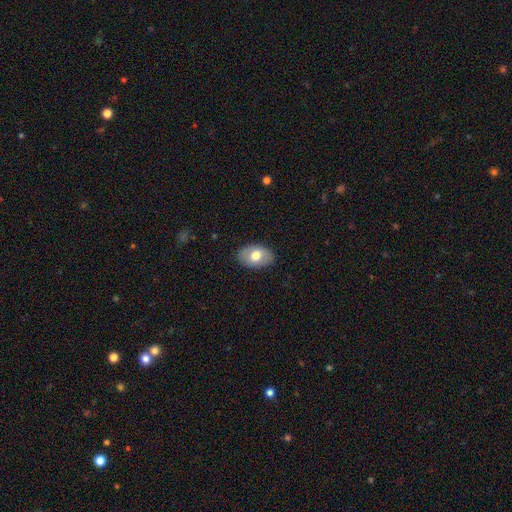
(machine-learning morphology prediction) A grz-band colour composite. It shows a smooth galaxy with no disk features (66%) that is in between round and cigar-shaped (87%). Merging: none (85%).